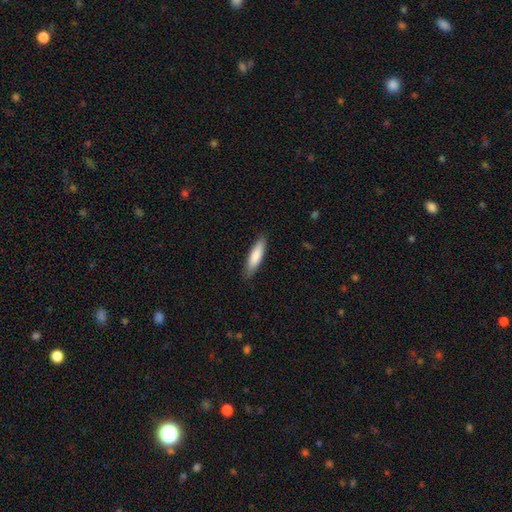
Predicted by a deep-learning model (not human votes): Smooth or featured? Predicted: smooth (p=0.83). How rounded? Predicted: cigar-shaped (p=0.68). Merging? Predicted: none (p=0.86).